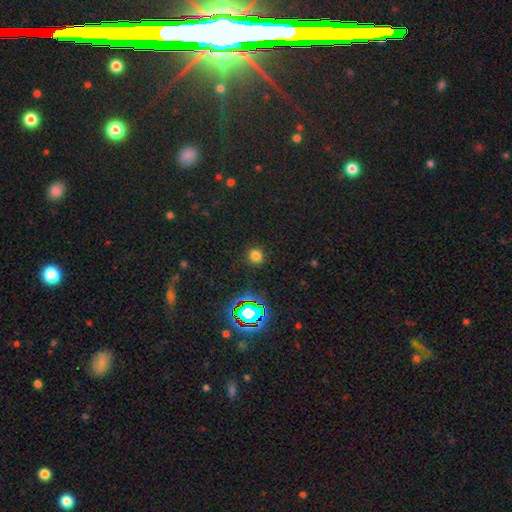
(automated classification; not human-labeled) A smooth galaxy with no disk features (72%) that is round (91%).

Vote fractions:
- Smooth or featured? smooth: 72% / star or artifact: 23% / featured or disk: 5%
- How rounded? round: 91% / in between: 8% / cigar-shaped: 1%
- Merging? none: 90% / minor disturbance: 6% / major disturbance: 3% / merger: 1%